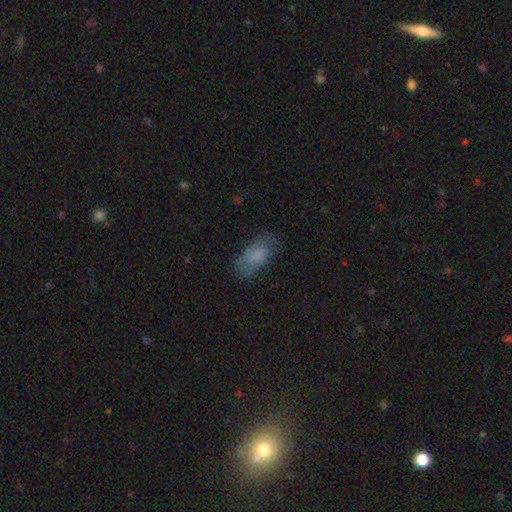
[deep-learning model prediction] Q: Smooth or featured?
A: smooth (77%); runner-up: featured or disk (14%)
Q: How rounded?
A: in between (89%); runner-up: cigar-shaped (8%)
Q: Merging?
A: none (71%); runner-up: minor disturbance (20%)